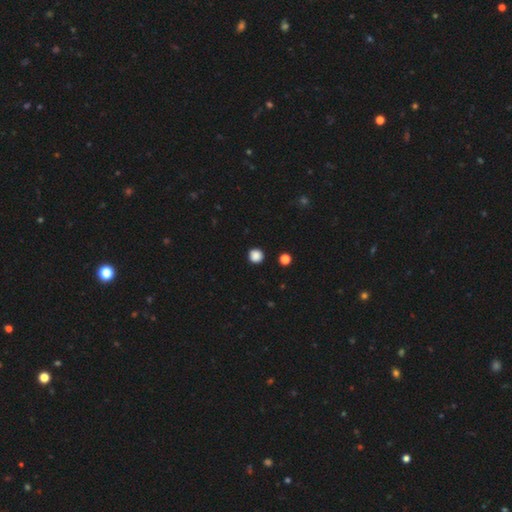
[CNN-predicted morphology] Q: Smooth or featured?
A: smooth (86%); runner-up: star or artifact (11%)
Q: How rounded?
A: round (94%); runner-up: in between (5%)
Q: Merging?
A: none (90%); runner-up: minor disturbance (6%)